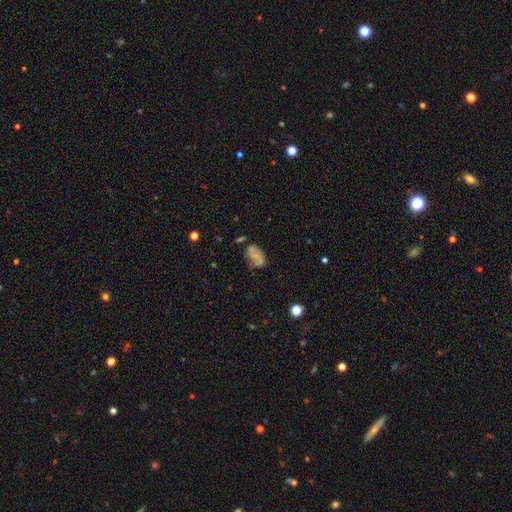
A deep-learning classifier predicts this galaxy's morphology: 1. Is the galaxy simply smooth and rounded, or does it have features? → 46% featured or disk, 41% smooth, 13% star or artifact.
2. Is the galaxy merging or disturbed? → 45% none, 28% minor disturbance, 21% major disturbance, 6% merger.